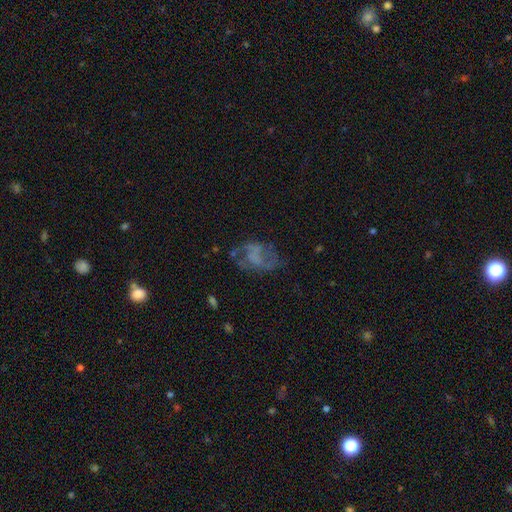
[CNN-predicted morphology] Smooth or featured? featured or disk (58%)
Edge-on disk? no (97%)
Bar? no (70%)
Spiral arms? yes (50%, tied with no)
Bulge size? none (73%)
Merging? none (48%)